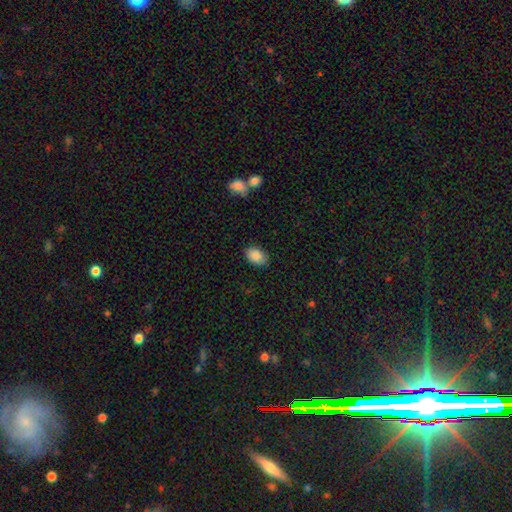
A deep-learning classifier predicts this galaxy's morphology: smooth-or-featured: smooth: 87% | star or artifact: 7% | featured or disk: 5%
  how-rounded: in between: 88% | round: 11% | cigar-shaped: 1%
  merging: none: 85% | minor disturbance: 11% | major disturbance: 2% | merger: 1%